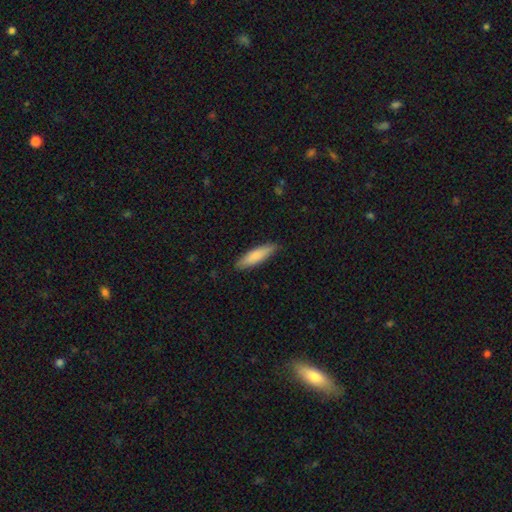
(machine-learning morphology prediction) Q: Smooth or featured?
A: smooth (80%); runner-up: featured or disk (15%)
Q: How rounded?
A: cigar-shaped (65%); runner-up: in between (34%)
Q: Merging?
A: none (86%); runner-up: minor disturbance (11%)